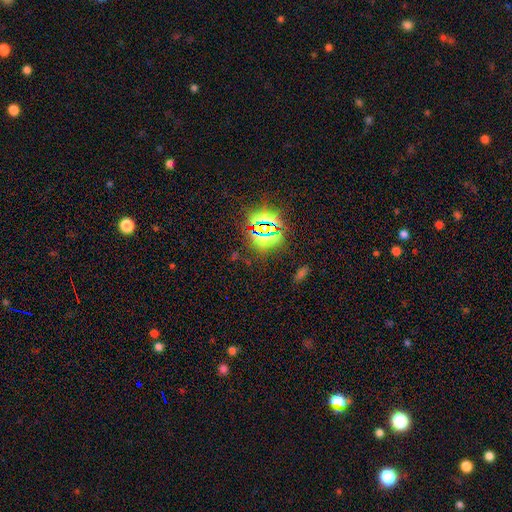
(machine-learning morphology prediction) smooth-or-featured: star or artifact: 80% | smooth: 12% | featured or disk: 7%